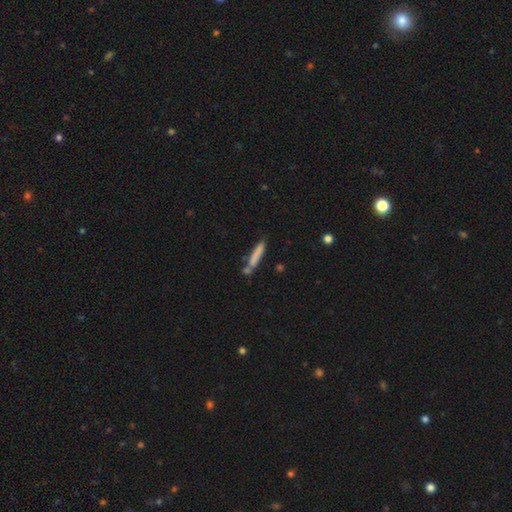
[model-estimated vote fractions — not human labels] This is likely a smooth galaxy (75%). How rounded: clearly cigar-shaped (90%). Merging: likely none (64%).